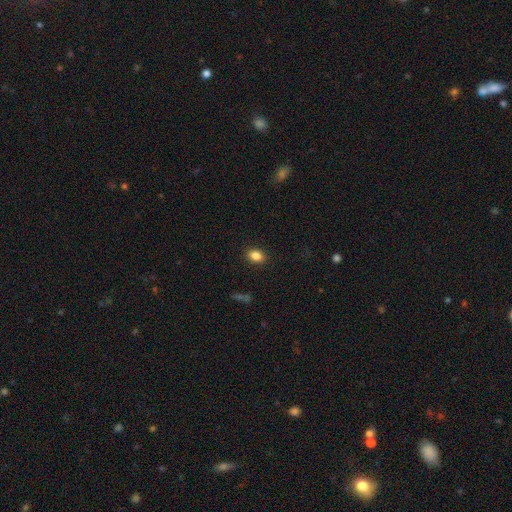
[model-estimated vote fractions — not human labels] Smooth or featured? smooth (85%)
How rounded? in between (69%)
Merging? none (89%)